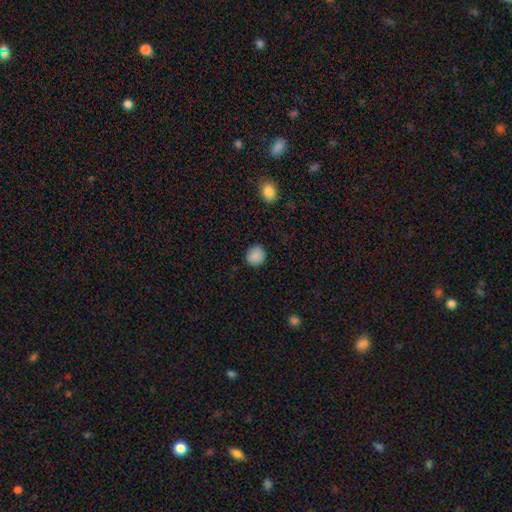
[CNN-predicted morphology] A smooth galaxy with no disk features (88%) that is round (80%). Merging: none (86%).